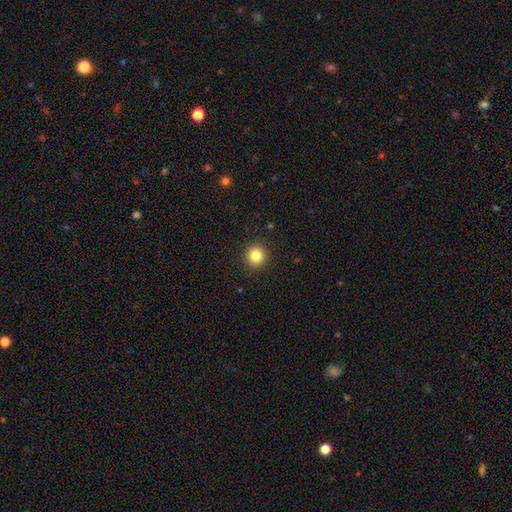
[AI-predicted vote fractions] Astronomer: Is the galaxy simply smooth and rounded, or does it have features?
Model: smooth — 84%.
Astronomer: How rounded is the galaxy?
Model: round — 92%.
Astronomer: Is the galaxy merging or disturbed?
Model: none — 92%.